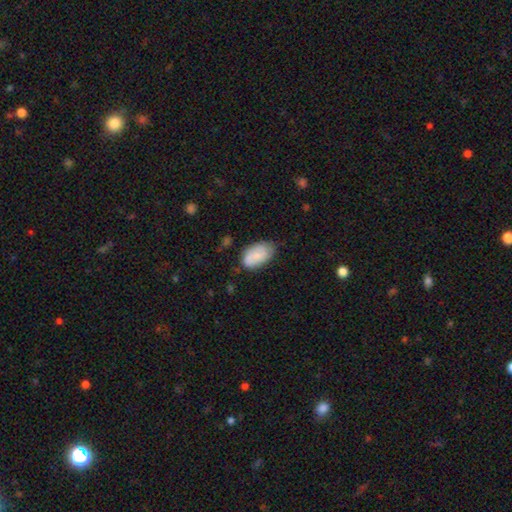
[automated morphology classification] The model was most divided on "merging": none: 66%, minor disturbance: 26%, major disturbance: 5%, merger: 3%. More confident: how rounded — in between (93%); smooth or featured — smooth (73%).